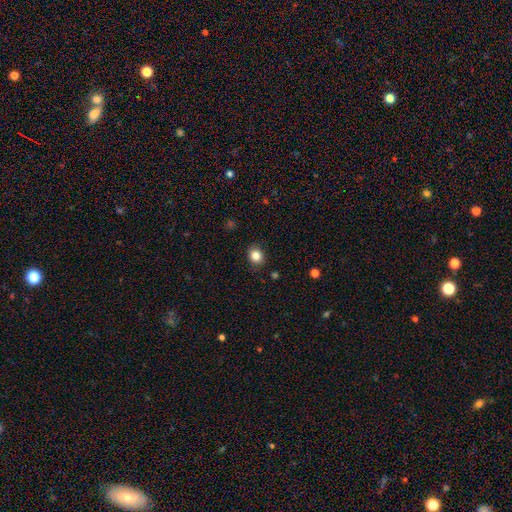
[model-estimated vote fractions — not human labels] This appears to be a smooth galaxy with no disk features (84%) that is round (69%). Merging: none (88%).